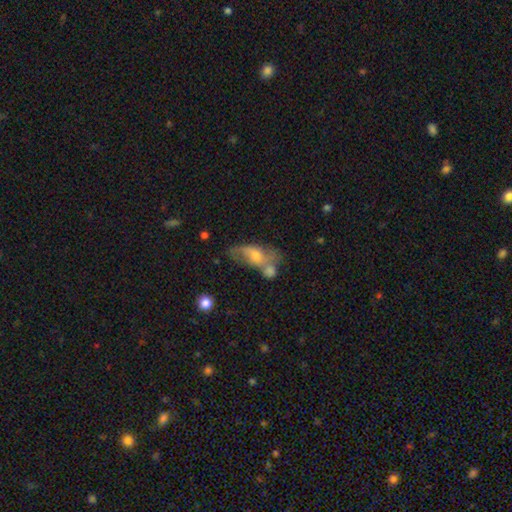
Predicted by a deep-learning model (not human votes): featured or disk 50%, smooth 41%, star or artifact 9%. Down the decision tree: edge-on disk — no (85%); merging — merger (34%, tied with none).